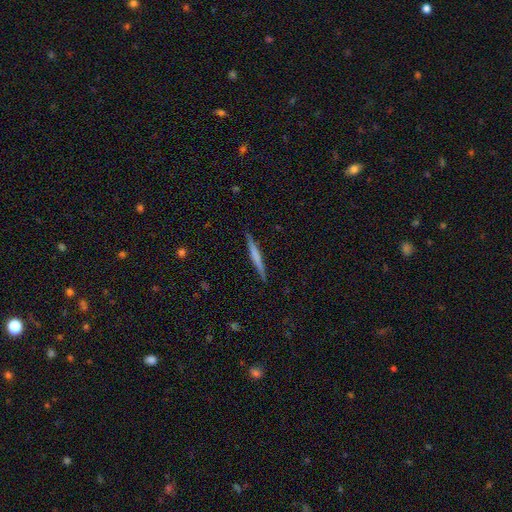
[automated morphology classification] Overall: smooth (48%; featured or disk 46%). Merging: none (91%).